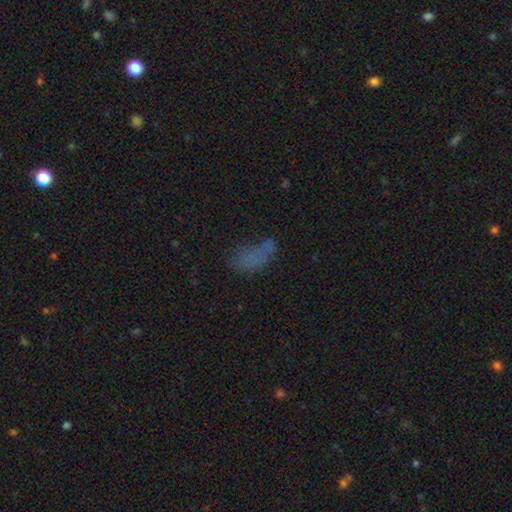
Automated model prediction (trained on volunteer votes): A smooth galaxy with no disk features (62%) that is in between round and cigar-shaped (81%).

Vote fractions:
- Smooth or featured? smooth: 62% / star or artifact: 22% / featured or disk: 16%
- How rounded? in between: 81% / cigar-shaped: 12% / round: 6%
- Merging? none: 43% / major disturbance: 23% / minor disturbance: 21% / merger: 13%